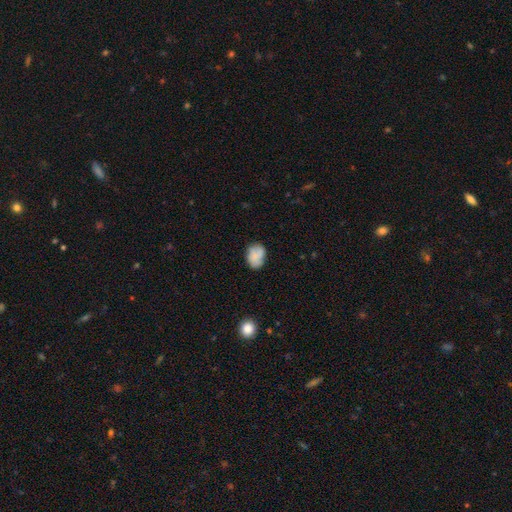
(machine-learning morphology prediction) Overall: smooth (77%). How rounded: in between (65%; round 34%). Merging: none (66%).